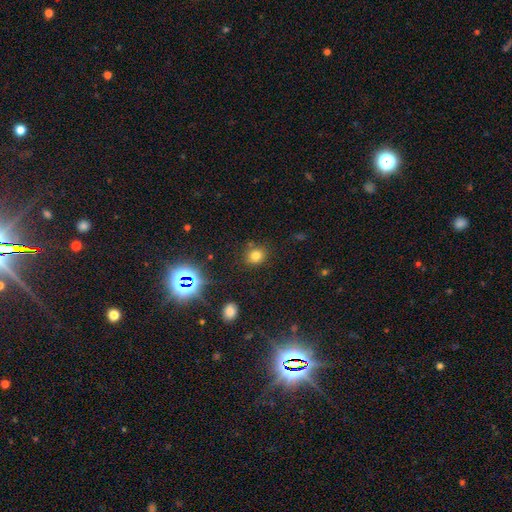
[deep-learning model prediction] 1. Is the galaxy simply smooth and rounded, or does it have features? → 73% smooth, 20% star or artifact, 7% featured or disk.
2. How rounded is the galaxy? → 73% round, 26% in between, 1% cigar-shaped.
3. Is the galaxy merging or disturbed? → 81% none, 11% minor disturbance, 5% merger, 4% major disturbance.